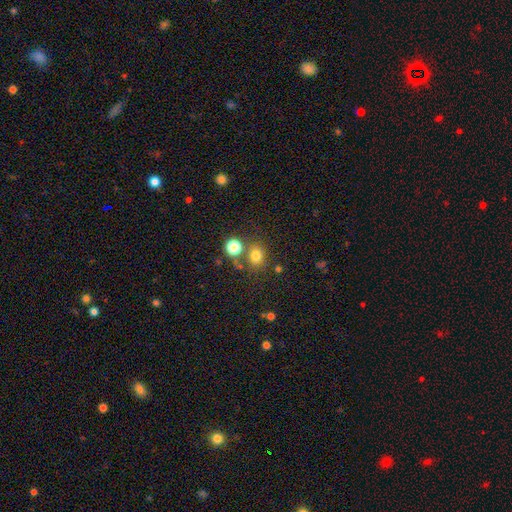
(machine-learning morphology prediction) smooth_or_featured: smooth (p=0.76) [alt: star or artifact p=0.16]
how_rounded: round (p=0.69) [alt: in between p=0.30]
merging: none (p=0.68) [alt: merger p=0.16]